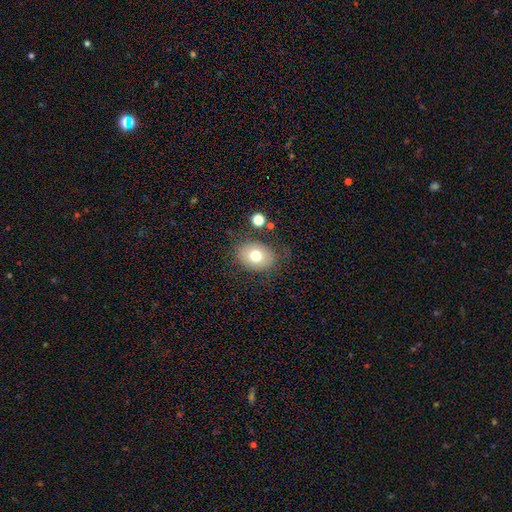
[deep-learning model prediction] Q: Smooth or featured?
A: smooth (74%); runner-up: featured or disk (16%)
Q: How rounded?
A: in between (62%); runner-up: round (37%)
Q: Merging?
A: none (75%); runner-up: minor disturbance (15%)